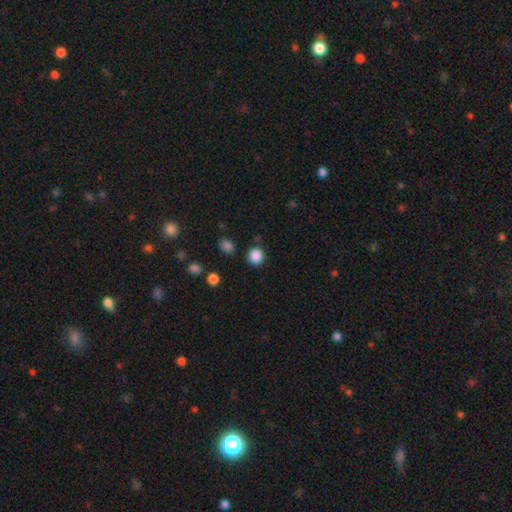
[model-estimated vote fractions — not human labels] Q: Smooth or featured?
A: smooth (86%); runner-up: star or artifact (11%)
Q: How rounded?
A: round (93%); runner-up: in between (7%)
Q: Merging?
A: none (87%); runner-up: minor disturbance (7%)